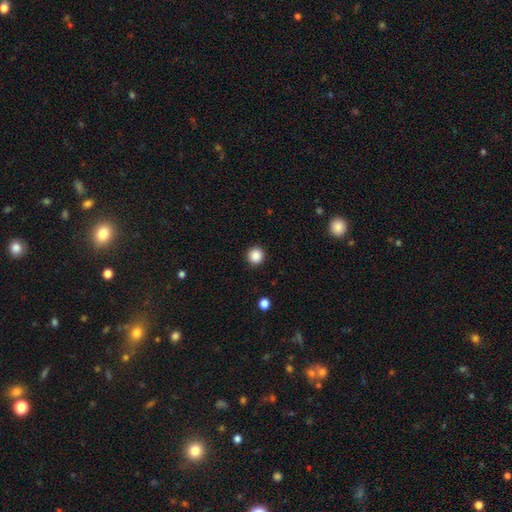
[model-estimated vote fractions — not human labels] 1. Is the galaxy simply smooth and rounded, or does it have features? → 87% smooth, 10% star or artifact, 3% featured or disk.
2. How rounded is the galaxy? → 95% round, 4% in between, 1% cigar-shaped.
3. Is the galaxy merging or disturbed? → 92% none, 5% minor disturbance, 2% major disturbance, 1% merger.